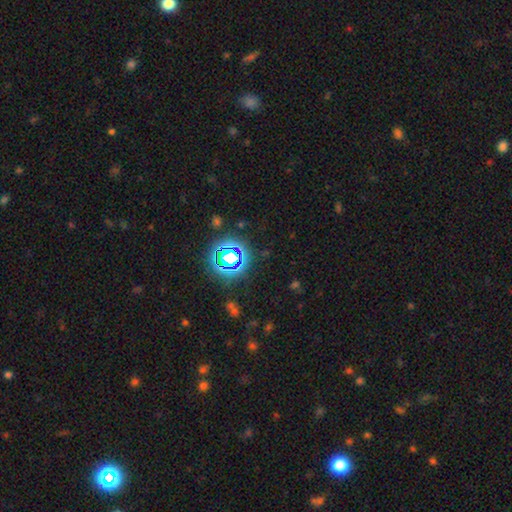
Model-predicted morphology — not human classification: Smooth or featured: star or artifact — 73% (smooth — 19%)